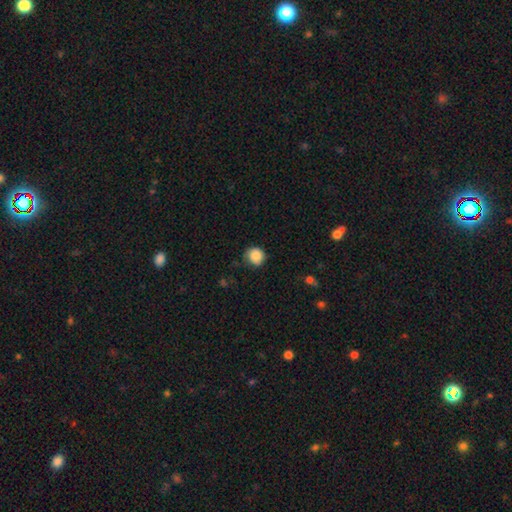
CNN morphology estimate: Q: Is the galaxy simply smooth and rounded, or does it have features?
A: smooth — 87%.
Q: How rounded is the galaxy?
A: round — 88%.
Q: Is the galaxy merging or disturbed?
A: none — 66%.